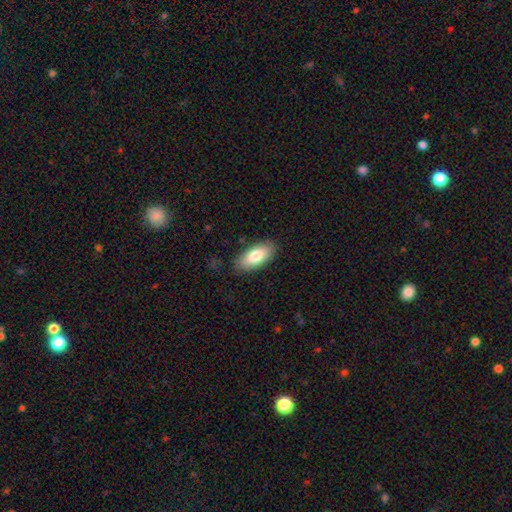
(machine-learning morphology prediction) smooth_or_featured: smooth (p=0.79) [alt: featured or disk p=0.15]
how_rounded: in between (p=0.89) [alt: cigar-shaped p=0.09]
merging: none (p=0.86) [alt: minor disturbance p=0.10]